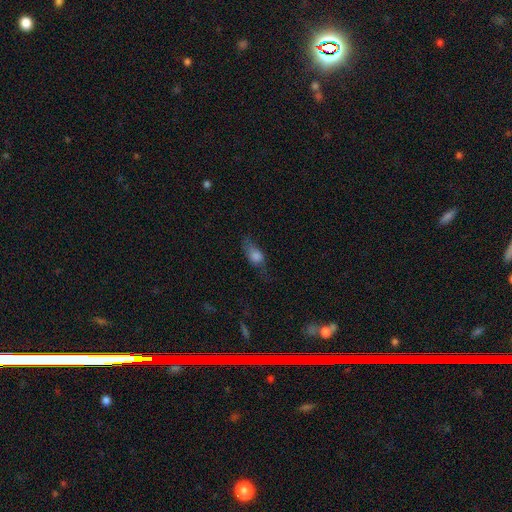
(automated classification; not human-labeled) This is likely a smooth galaxy (69%). How rounded: likely in between (72%). Merging: marginally none (40%).